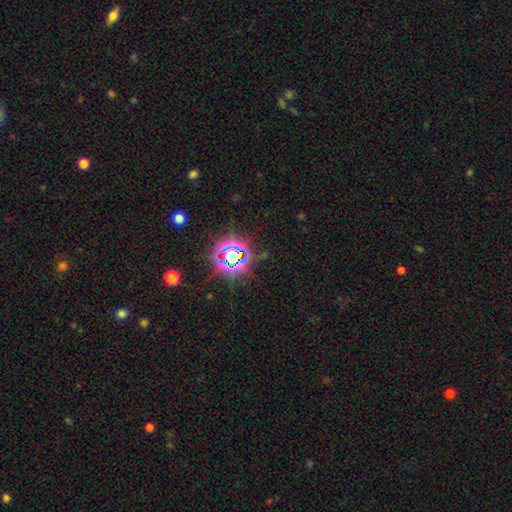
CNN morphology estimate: This appears to be a star or artifact, not a galaxy (79%).